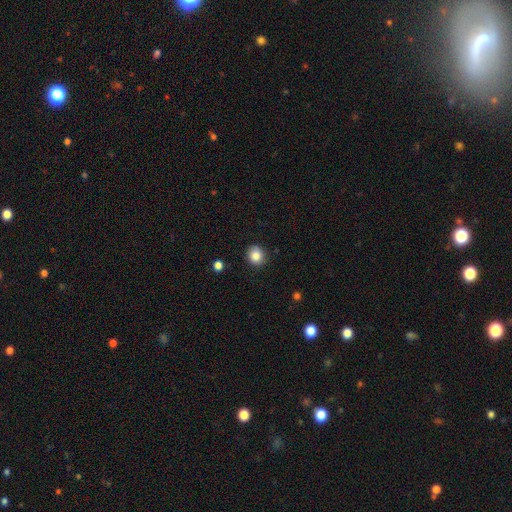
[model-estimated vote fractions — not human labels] Overall: smooth (85%). How rounded: round (85%). Merging: none (86%).